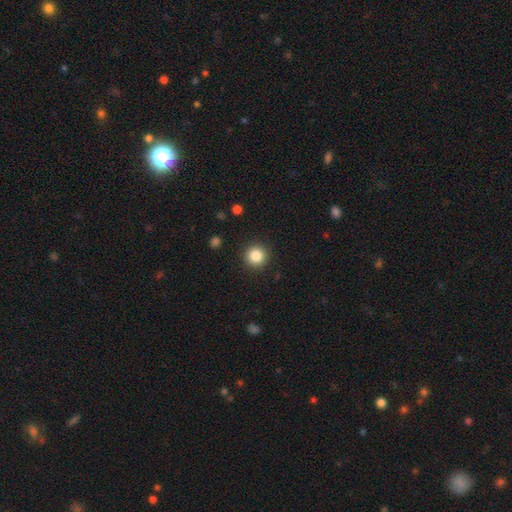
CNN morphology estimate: Q: Smooth or featured?
A: smooth (84%); runner-up: star or artifact (10%)
Q: How rounded?
A: round (95%); runner-up: in between (4%)
Q: Merging?
A: none (92%); runner-up: minor disturbance (5%)